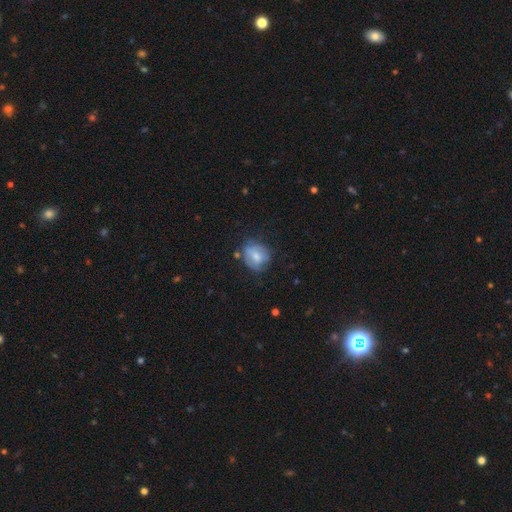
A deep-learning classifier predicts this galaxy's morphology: A smooth galaxy with no disk features (61%) that is round (57%).

Vote fractions:
- Smooth or featured? smooth: 61% / featured or disk: 30% / star or artifact: 8%
- How rounded? round: 57% / in between: 41% / cigar-shaped: 1%
- Merging? none: 57% / minor disturbance: 28% / major disturbance: 11% / merger: 4%